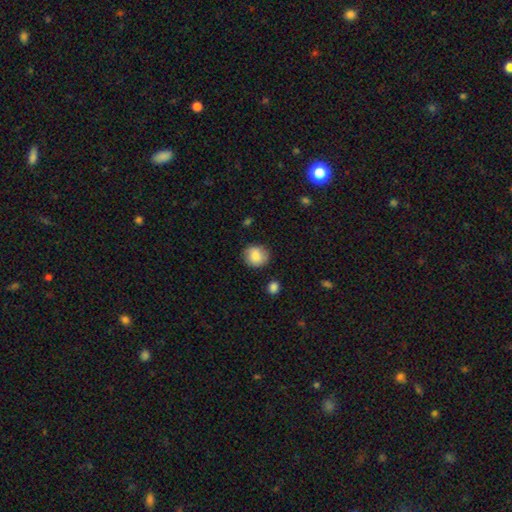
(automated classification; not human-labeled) Smooth or featured? Predicted: smooth (p=0.85). How rounded? Predicted: round (p=0.84). Merging? Predicted: none (p=0.82).